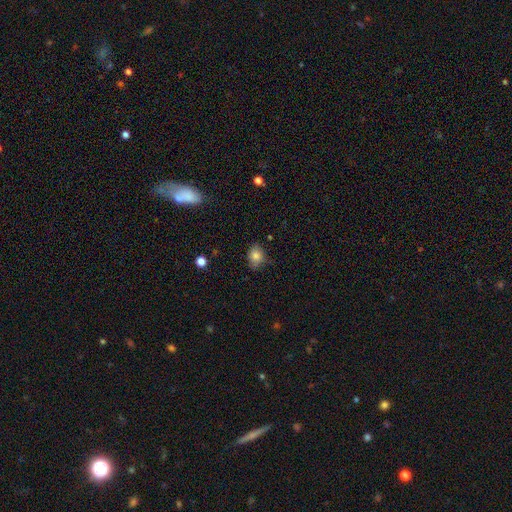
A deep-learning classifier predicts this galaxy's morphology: Smooth or featured? Predicted: smooth (p=0.82). How rounded? Predicted: in between (p=0.53). Merging? Predicted: none (p=0.74).